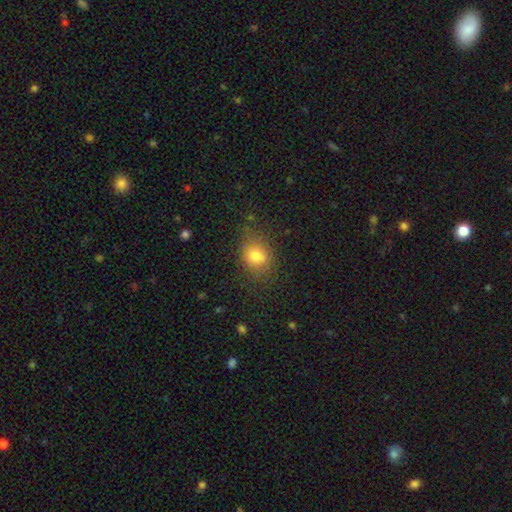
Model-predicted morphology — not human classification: Smooth or featured? Predicted: smooth (p=0.75). How rounded? Predicted: round (p=0.55). Merging? Predicted: none (p=0.67).